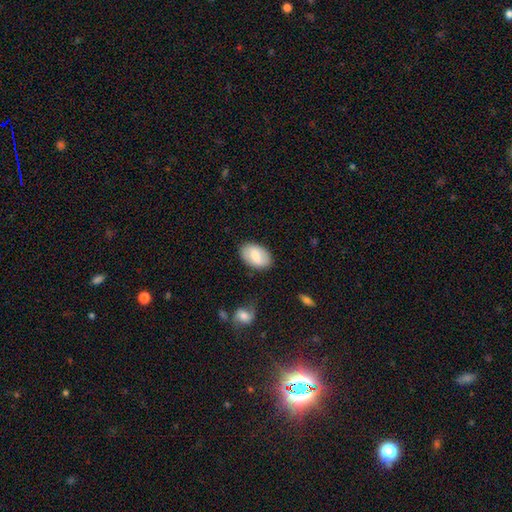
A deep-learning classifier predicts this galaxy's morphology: Smooth or featured? Predicted: smooth (p=0.73). How rounded? Predicted: in between (p=0.90). Merging? Predicted: none (p=0.83).